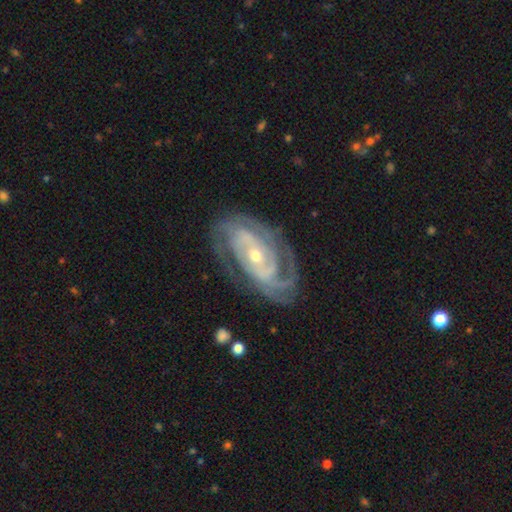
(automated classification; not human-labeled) This appears to be a featured or disk galaxy (91%) with no bar (52%), 2 (36%) tight (63%) spiral arms (97%) and a small central bulge (52%). Merging: none (75%).